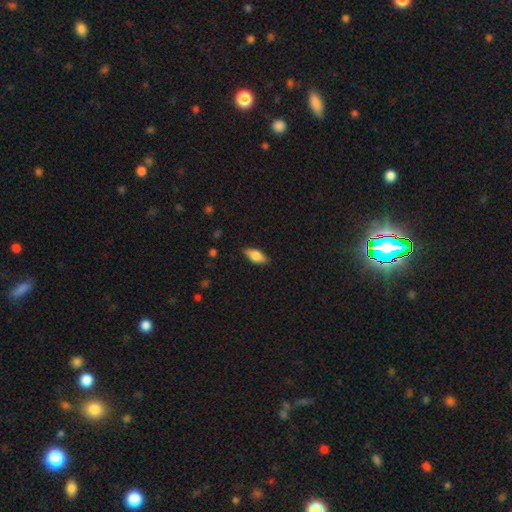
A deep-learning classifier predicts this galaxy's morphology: Smooth or featured? Predicted: smooth (p=0.75). How rounded? Predicted: in between (p=0.82). Merging? Predicted: none (p=0.86).